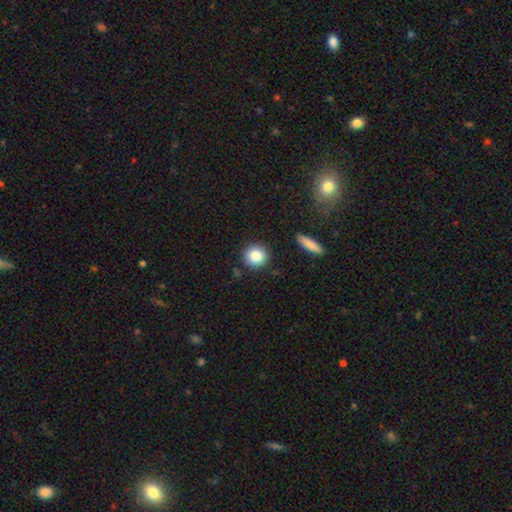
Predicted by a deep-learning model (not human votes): A smooth galaxy with no disk features (83%) that is round (91%).

Vote fractions:
- Smooth or featured? smooth: 83% / star or artifact: 9% / featured or disk: 8%
- How rounded? round: 91% / in between: 7% / cigar-shaped: 1%
- Merging? none: 89% / minor disturbance: 7% / merger: 2% / major disturbance: 2%